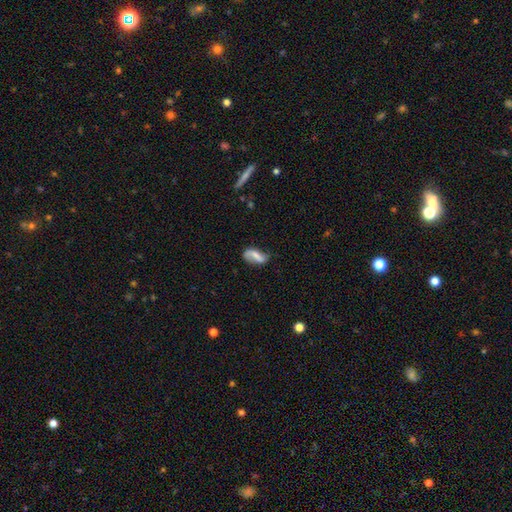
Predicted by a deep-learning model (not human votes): Q: Smooth or featured?
A: featured or disk (59%); runner-up: smooth (33%)
Q: Edge-on disk?
A: no (94%); runner-up: yes (6%)
Q: Bar?
A: strong (40%); runner-up: weak (36%)
Q: Spiral arms?
A: yes (85%); runner-up: no (15%)
Q: Bulge size?
A: small (37%); runner-up: none (30%)
Q: Merging?
A: none (66%); runner-up: minor disturbance (23%)